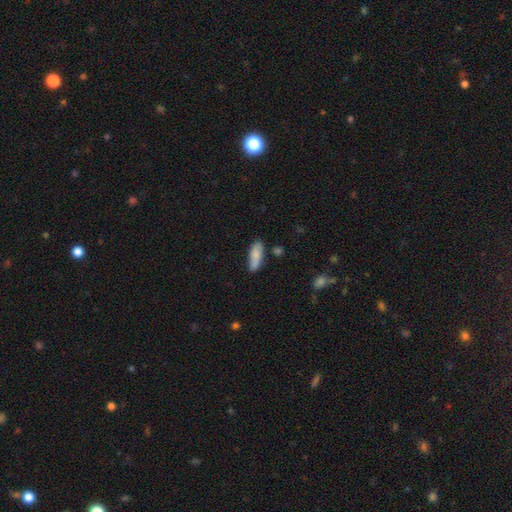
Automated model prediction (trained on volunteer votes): This appears to be a smooth galaxy with no disk features (80%) that is in between round and cigar-shaped (62%). Merging: none (72%).